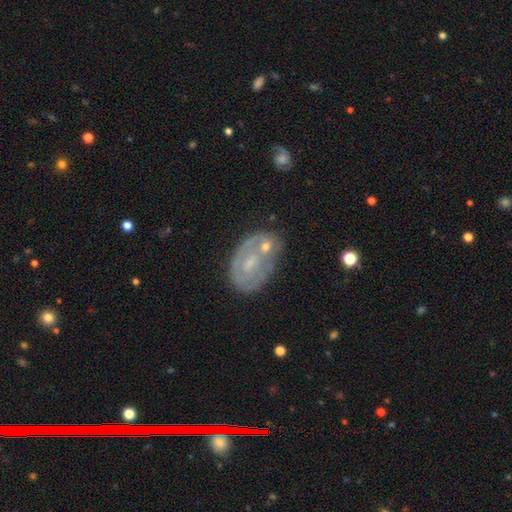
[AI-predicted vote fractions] Morphology: type=featured or disk (64%); edge-on=no (95%); bar=no (50%); spiral arms=yes (57%); bulge=small (60%); merging=none (58%).